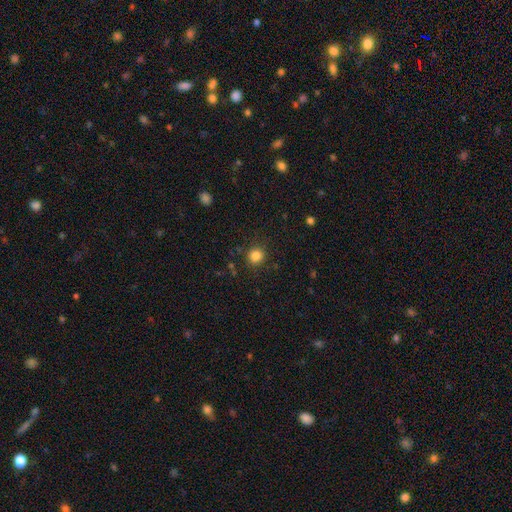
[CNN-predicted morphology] Smooth or featured? smooth (84%)
How rounded? round (88%)
Merging? none (87%)